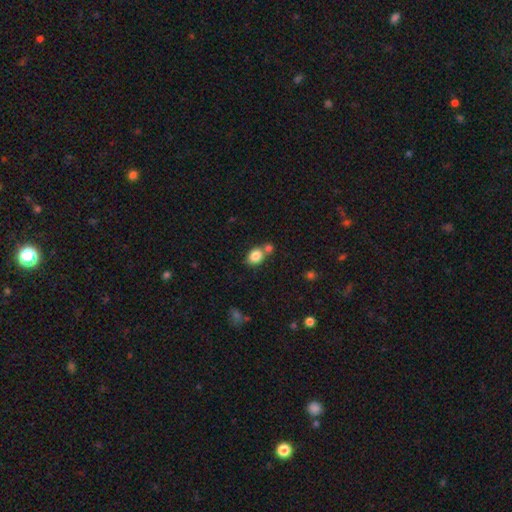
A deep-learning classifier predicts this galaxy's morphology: Smooth or featured: smooth — 84% (star or artifact — 9%)
How rounded: in between — 59% (round — 40%)
Merging: none — 53% (merger — 33%)